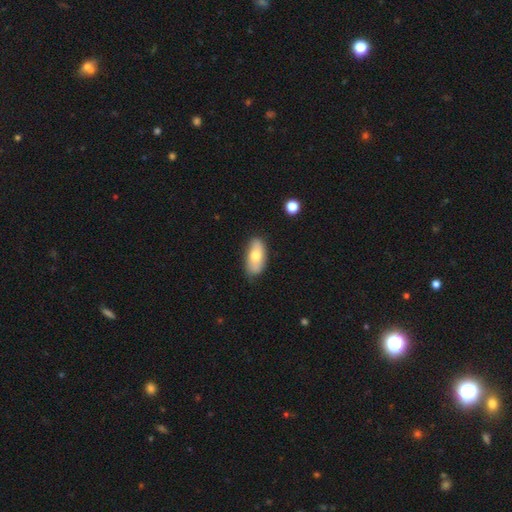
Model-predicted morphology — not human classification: A smooth galaxy with no disk features (70%) that is in between round and cigar-shaped (89%).

Vote fractions:
- Smooth or featured? smooth: 70% / featured or disk: 23% / star or artifact: 6%
- How rounded? in between: 89% / cigar-shaped: 8% / round: 3%
- Merging? none: 78% / minor disturbance: 18% / major disturbance: 3% / merger: 2%